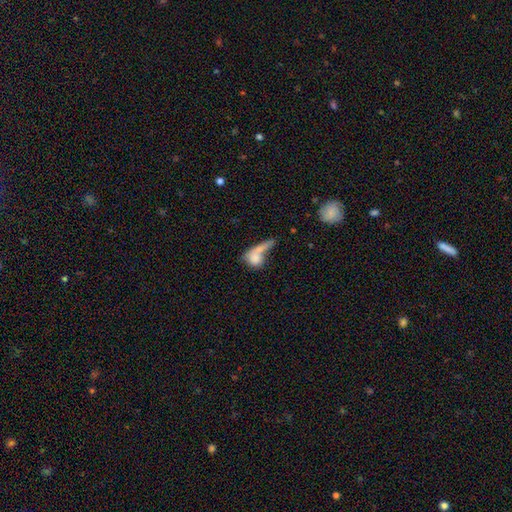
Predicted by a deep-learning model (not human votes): A smooth galaxy with no disk features (72%) that is round (42%, tied with in between). Merging: merger (44%).